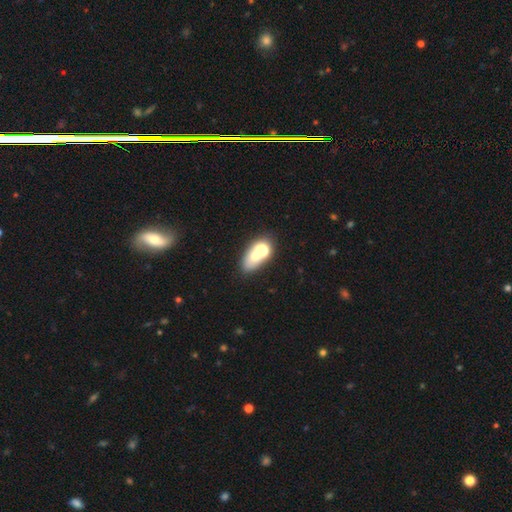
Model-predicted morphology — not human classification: This appears to be a smooth galaxy with no disk features (57%) that is in between round and cigar-shaped (72%). Merging: none (47%).